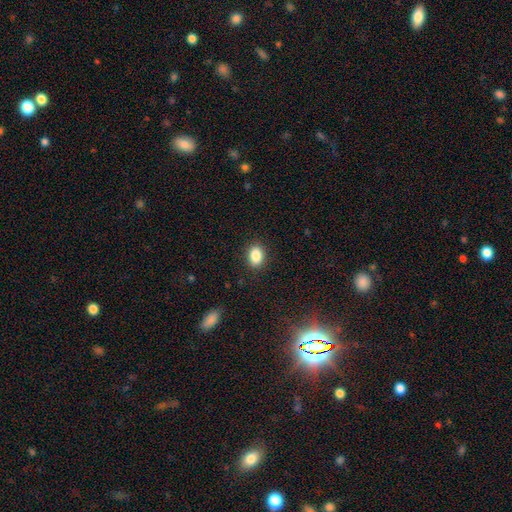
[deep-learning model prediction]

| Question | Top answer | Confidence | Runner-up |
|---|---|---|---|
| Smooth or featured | smooth | 86% | star or artifact (9%) |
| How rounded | in between | 77% | round (21%) |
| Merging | none | 88% | minor disturbance (9%) |